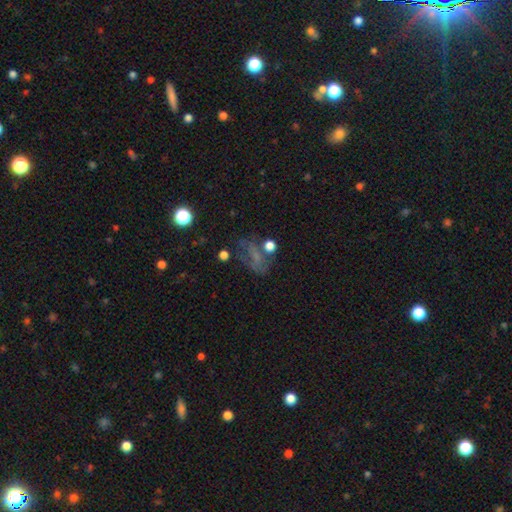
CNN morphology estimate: Smooth or featured? Predicted: featured or disk (p=0.37). Merging? Predicted: none (p=0.45).